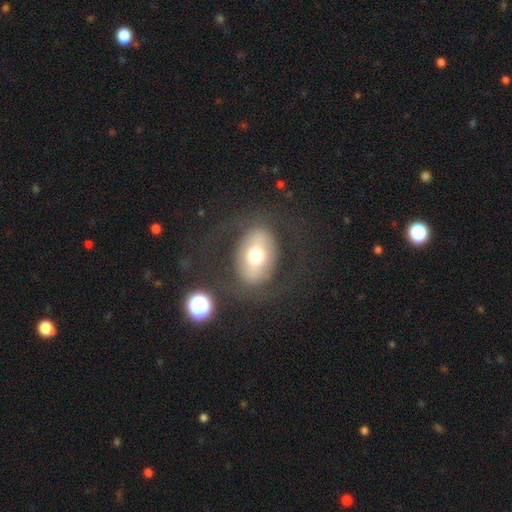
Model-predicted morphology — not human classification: Smooth or featured: smooth — 52% (featured or disk — 38%)
How rounded: in between — 69% (round — 30%)
Merging: none — 73% (major disturbance — 12%)